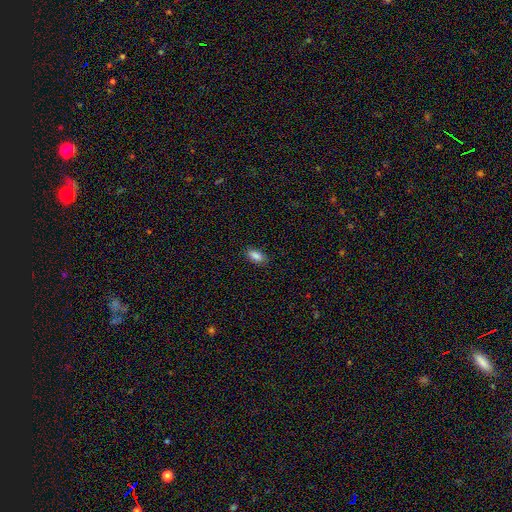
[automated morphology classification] This is clearly a smooth galaxy (87%). How rounded: clearly in between (89%). Merging: clearly none (87%).